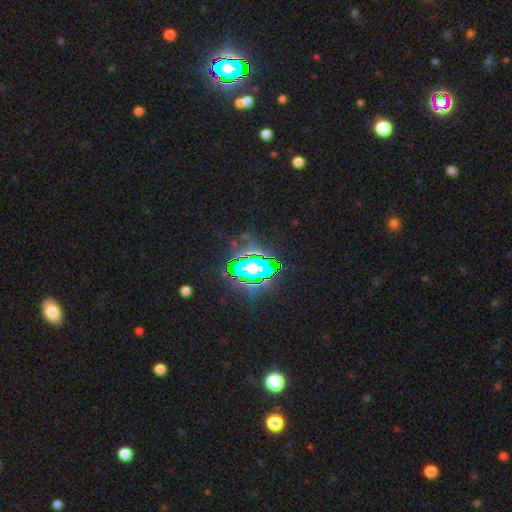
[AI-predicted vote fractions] The model was most divided on "smooth or featured": star or artifact: 81%, smooth: 11%, featured or disk: 8%.